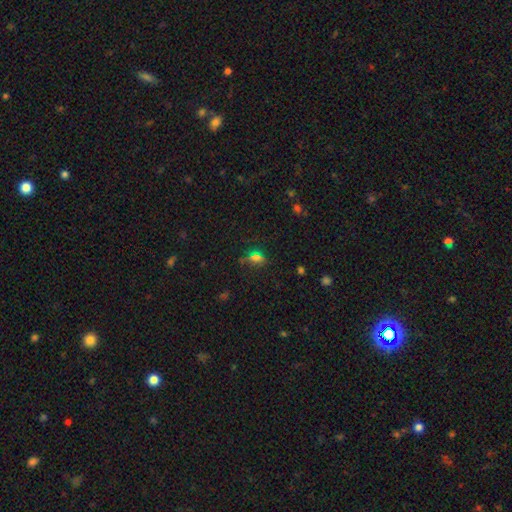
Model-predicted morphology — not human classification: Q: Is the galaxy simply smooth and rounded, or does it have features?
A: smooth — 47%.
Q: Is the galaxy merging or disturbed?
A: none — 79%.